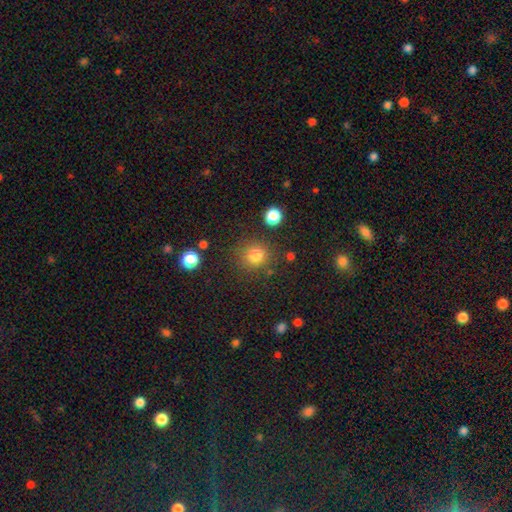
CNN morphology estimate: Smooth or featured?
  - smooth: 81% *
  - star or artifact: 14%
  - featured or disk: 5%
How rounded?
  - round: 88% *
  - in between: 11%
  - cigar-shaped: 1%
Merging?
  - none: 83% *
  - minor disturbance: 9%
  - major disturbance: 4%
  - merger: 4%